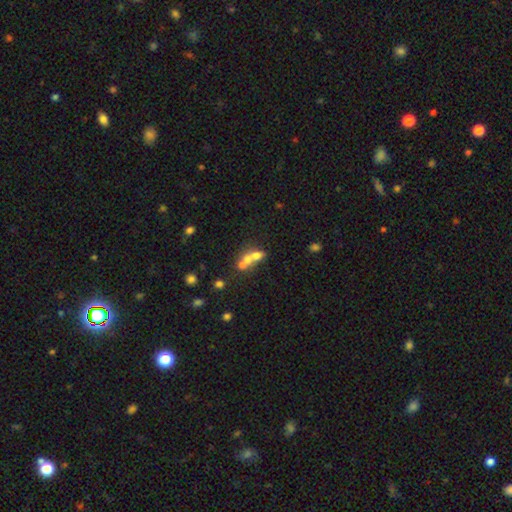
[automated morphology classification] Smooth or featured? smooth (57%)
How rounded? round (52%)
Merging? merger (64%)